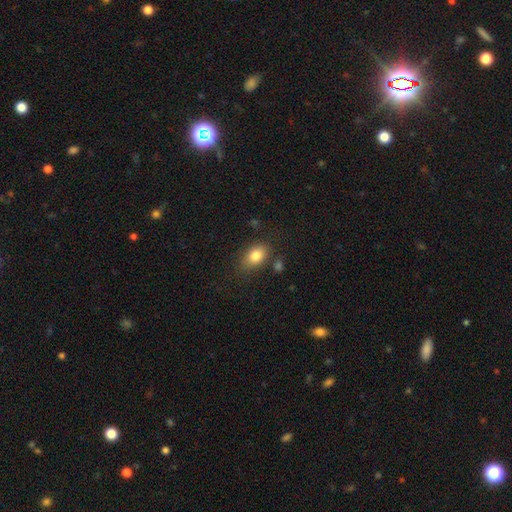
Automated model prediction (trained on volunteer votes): Q: Smooth or featured?
A: smooth (83%); runner-up: featured or disk (9%)
Q: How rounded?
A: in between (84%); runner-up: round (14%)
Q: Merging?
A: none (74%); runner-up: minor disturbance (16%)